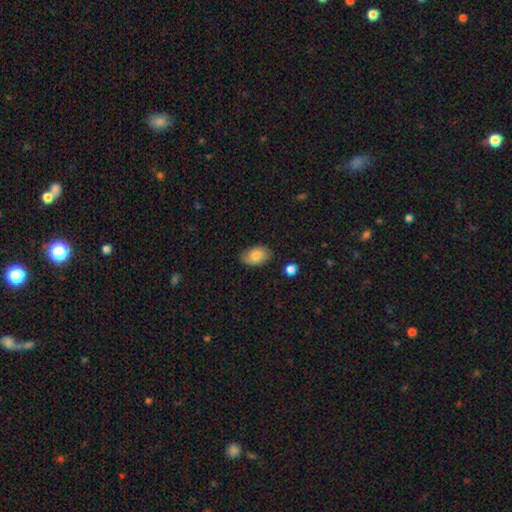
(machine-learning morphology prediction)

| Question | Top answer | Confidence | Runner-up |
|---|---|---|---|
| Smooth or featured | smooth | 79% | featured or disk (13%) |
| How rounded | in between | 89% | round (9%) |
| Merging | none | 78% | minor disturbance (17%) |